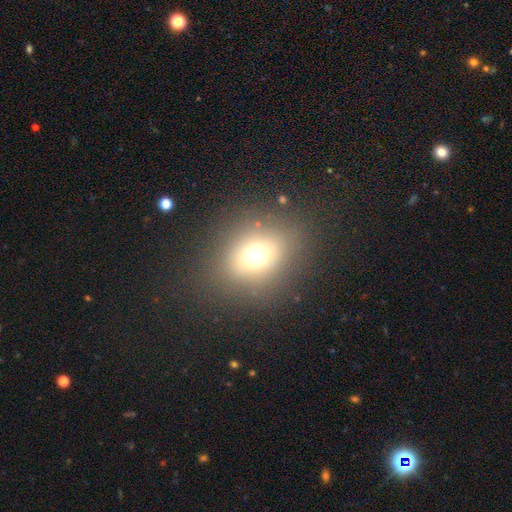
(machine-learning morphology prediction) smooth 65%, star or artifact 21%, featured or disk 13%. Down the decision tree: how rounded — round (62%); merging — none (83%).